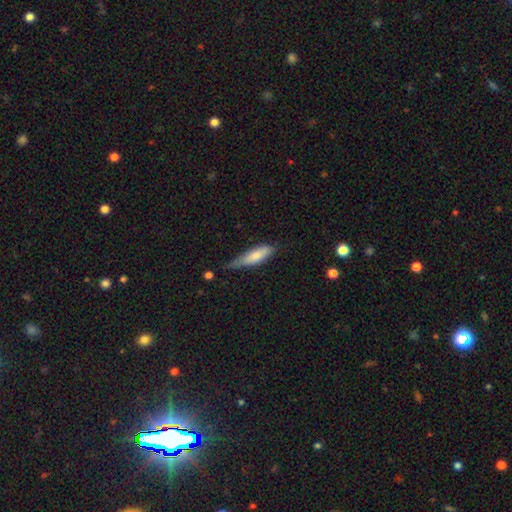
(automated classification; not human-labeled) A smooth galaxy with no disk features (74%) that is cigar-shaped (57%).

Vote fractions:
- Smooth or featured? smooth: 74% / featured or disk: 20% / star or artifact: 6%
- How rounded? cigar-shaped: 57% / in between: 41% / round: 2%
- Merging? none: 43% / minor disturbance: 42% / major disturbance: 11% / merger: 3%